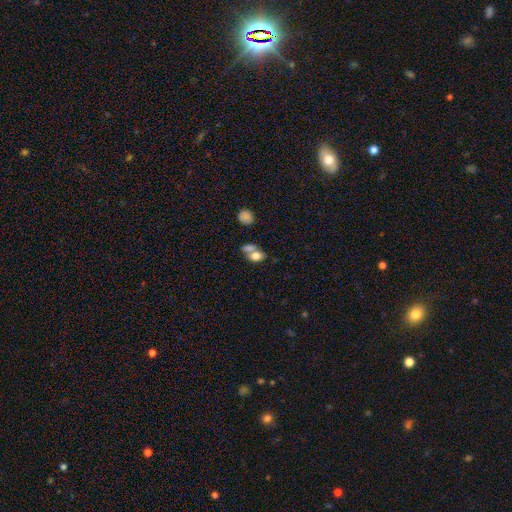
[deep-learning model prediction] Smooth or featured? Predicted: smooth (p=0.75). How rounded? Predicted: in between (p=0.78). Merging? Predicted: merger (p=0.46).